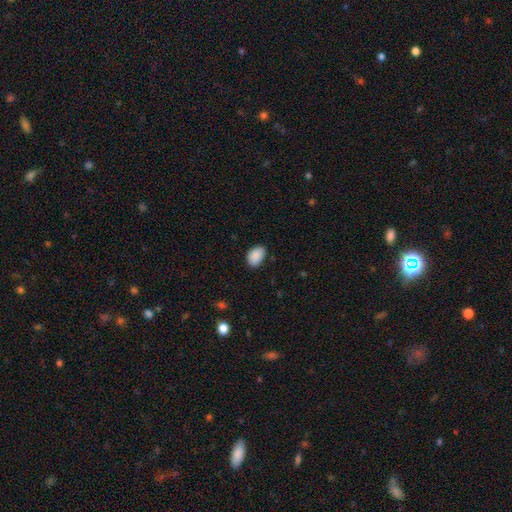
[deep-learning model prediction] This is clearly a smooth galaxy (90%). How rounded: clearly in between (88%). Merging: likely none (79%).